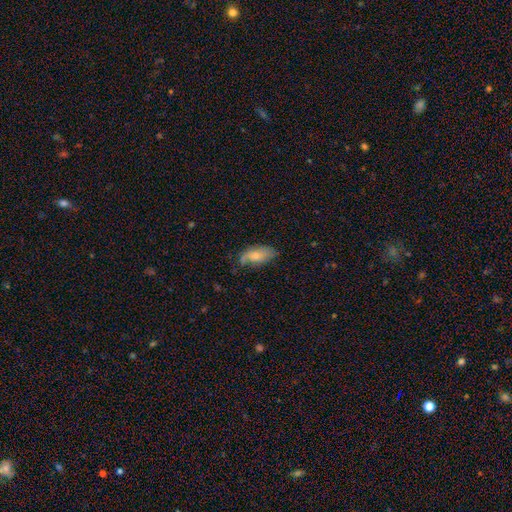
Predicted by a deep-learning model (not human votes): Smooth or featured? Predicted: smooth (p=0.60). How rounded? Predicted: in between (p=0.88). Merging? Predicted: none (p=0.56).